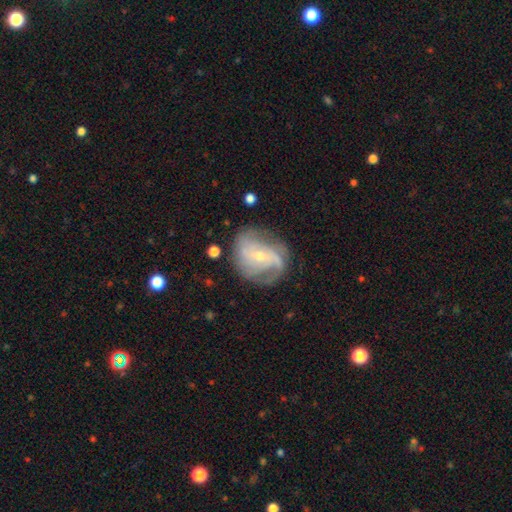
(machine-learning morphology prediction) smooth_or_featured: featured or disk (p=0.82) [alt: smooth p=0.11]
disk_edge_on: no (p=0.97) [alt: yes p=0.03]
bar: weak (p=0.42) [tied with: no p=0.42]
has_spiral_arms: yes (p=0.94) [alt: no p=0.06]
spiral_winding: medium (p=0.45) [alt: tight p=0.28]
spiral_arm_count: 2 (p=0.40) [alt: 3 p=0.22]
bulge_size: small (p=0.67) [alt: moderate p=0.29]
merging: none (p=0.65) [alt: minor disturbance p=0.21]